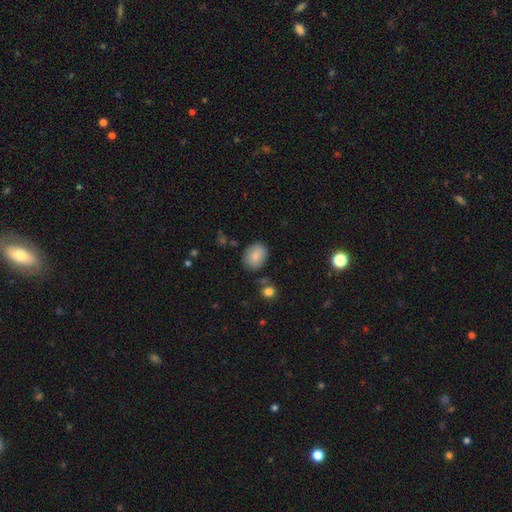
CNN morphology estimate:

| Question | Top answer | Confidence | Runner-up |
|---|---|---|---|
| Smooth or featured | smooth | 85% | star or artifact (8%) |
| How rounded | in between | 68% | round (30%) |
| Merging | none | 77% | minor disturbance (16%) |